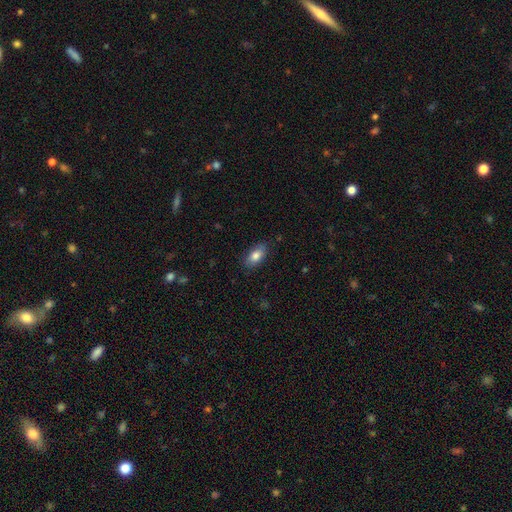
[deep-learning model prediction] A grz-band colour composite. It shows a smooth galaxy with no disk features (81%) that is in between round and cigar-shaped (89%). Merging: none (83%).